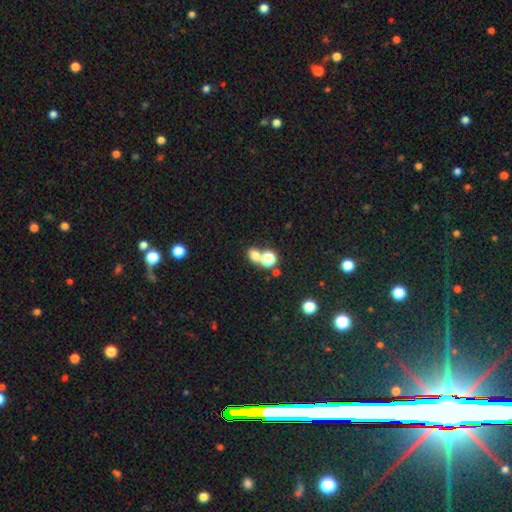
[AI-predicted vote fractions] Smooth or featured? Predicted: smooth (p=0.70). How rounded? Predicted: round (p=0.55). Merging? Predicted: none (p=0.48).